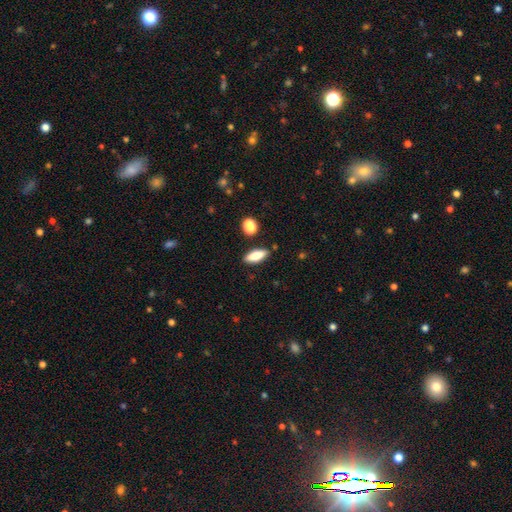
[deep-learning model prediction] This appears to be a smooth galaxy with no disk features (76%) that is in between round and cigar-shaped (70%). Merging: none (84%).